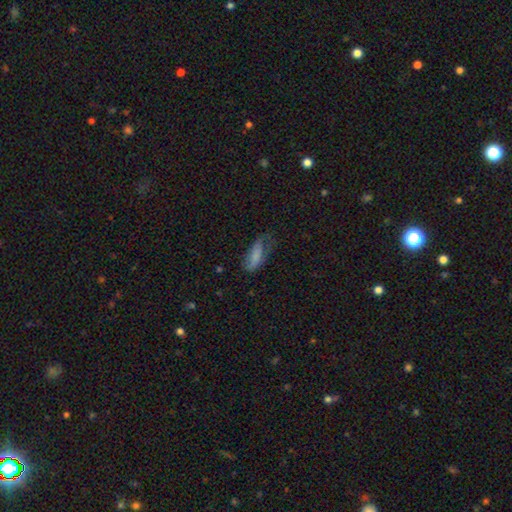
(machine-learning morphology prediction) Smooth or featured? smooth (70%)
How rounded? in between (70%)
Merging? none (36%)